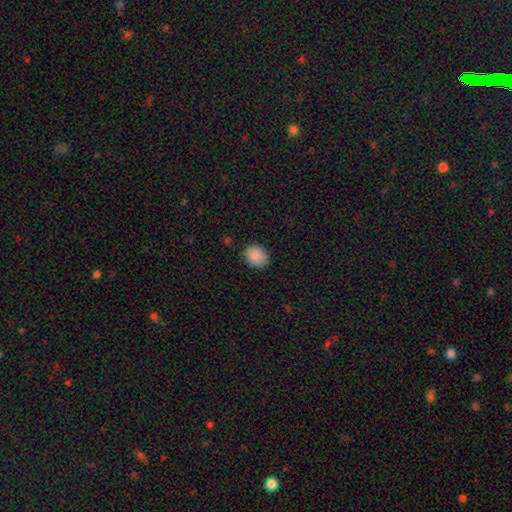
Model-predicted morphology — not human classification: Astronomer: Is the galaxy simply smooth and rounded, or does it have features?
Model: smooth — 89%.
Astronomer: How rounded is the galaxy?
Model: round — 64%.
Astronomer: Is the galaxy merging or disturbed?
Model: none — 88%.